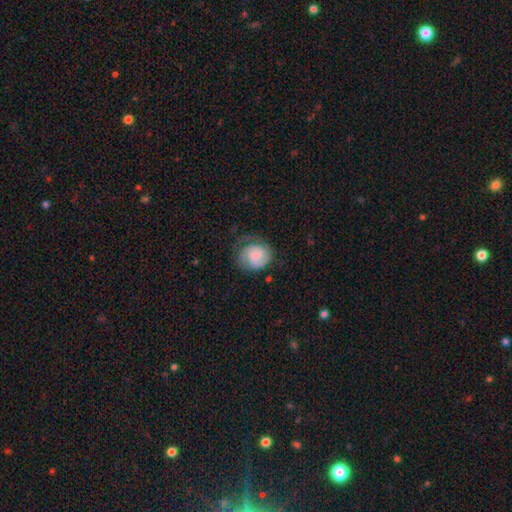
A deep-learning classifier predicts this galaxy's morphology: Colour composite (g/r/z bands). It shows a featured or disk galaxy (70%) with no bar (56%), 2 (64%) tight (57%) spiral arms (95%) and a small central bulge (51%). Merging: none (62%).